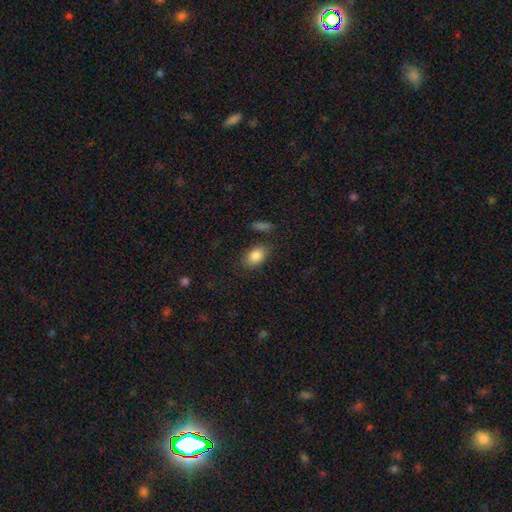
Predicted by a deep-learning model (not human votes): Smooth or featured? Predicted: smooth (p=0.86). How rounded? Predicted: in between (p=0.81). Merging? Predicted: none (p=0.80).